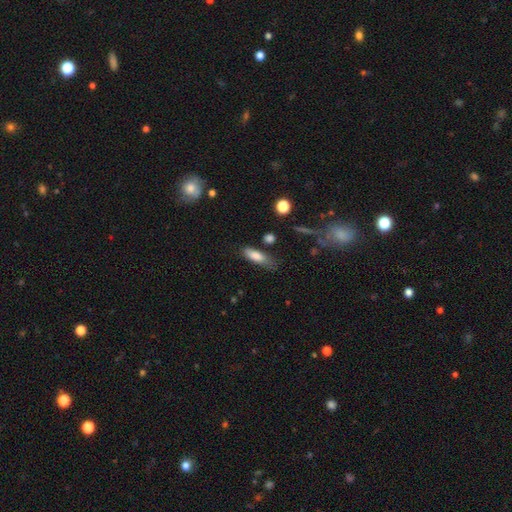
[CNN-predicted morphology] smooth 79%, featured or disk 13%, star or artifact 8%. Down the decision tree: how rounded — in between (54%); merging — none (58%).